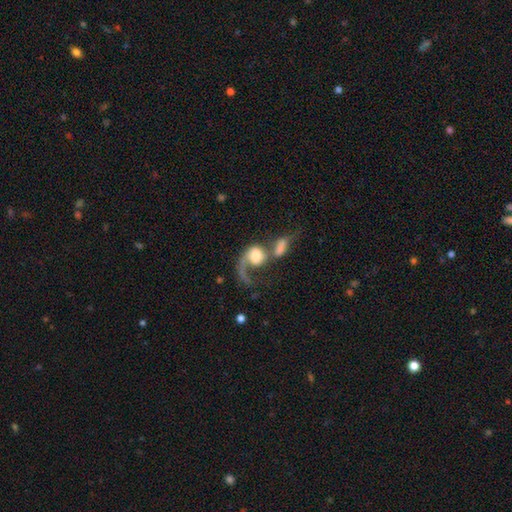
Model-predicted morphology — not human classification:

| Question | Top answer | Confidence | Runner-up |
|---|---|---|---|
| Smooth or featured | featured or disk | 59% | smooth (34%) |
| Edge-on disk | no | 97% | yes (3%) |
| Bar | no | 73% | weak (21%) |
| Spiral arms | yes | 82% | no (18%) |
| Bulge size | large | 37% | moderate (33%) |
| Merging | merger | 55% | major disturbance (23%) |